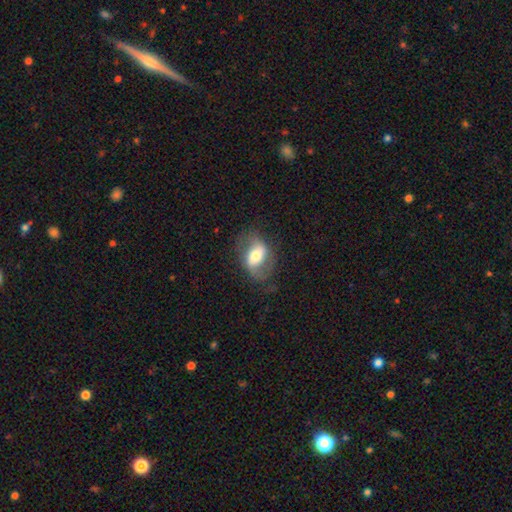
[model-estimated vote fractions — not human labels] Morphology: type=featured or disk (55%); edge-on=no (93%); bar=strong (37%); spiral arms=yes (69%); bulge=moderate (60%); merging=none (65%).